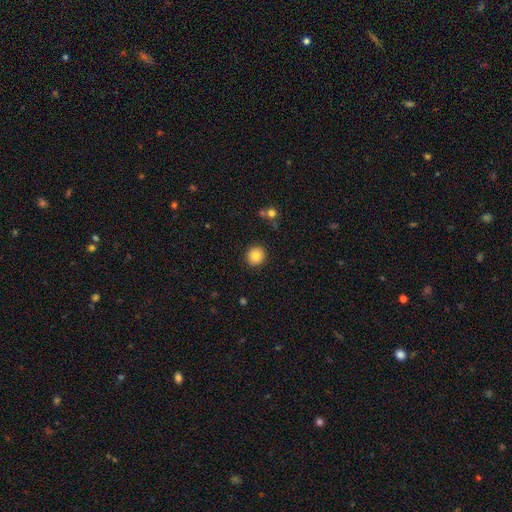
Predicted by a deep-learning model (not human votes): The model was most divided on "smooth or featured": smooth: 83%, star or artifact: 10%, featured or disk: 7%. More confident: merging — none (91%); how rounded — round (90%).